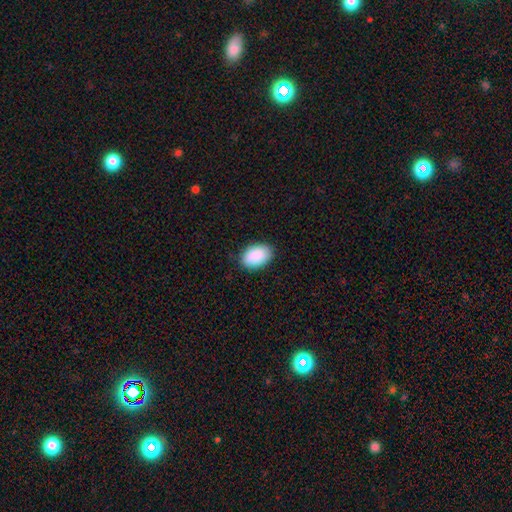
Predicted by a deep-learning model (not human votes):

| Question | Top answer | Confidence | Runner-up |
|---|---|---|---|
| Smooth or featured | smooth | 91% | star or artifact (6%) |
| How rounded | in between | 90% | round (9%) |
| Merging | none | 86% | minor disturbance (11%) |